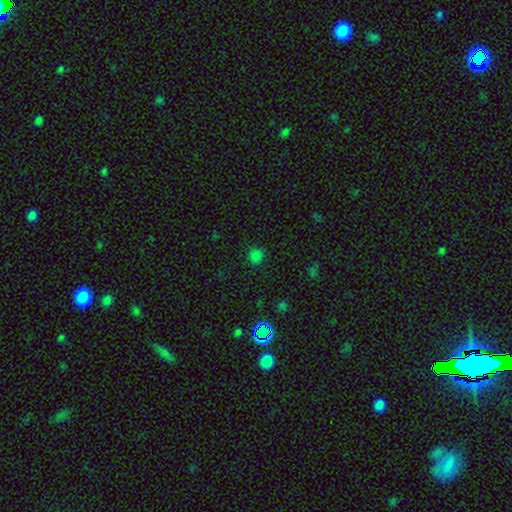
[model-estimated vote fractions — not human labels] This is likely a smooth galaxy (74%). How rounded: clearly round (86%). Merging: clearly none (86%).